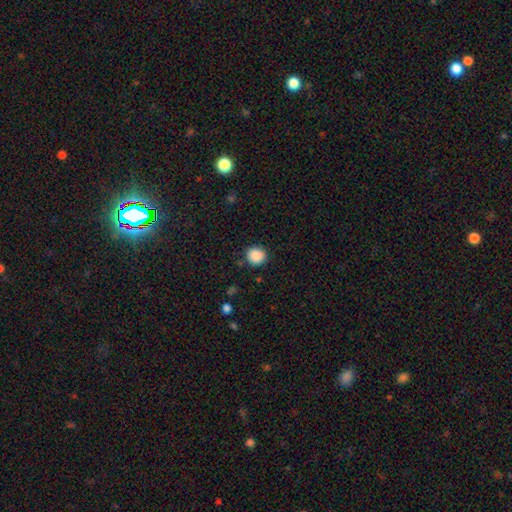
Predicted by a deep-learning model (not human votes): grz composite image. It shows a smooth galaxy with no disk features (88%) that is round (87%). Merging: none (86%).